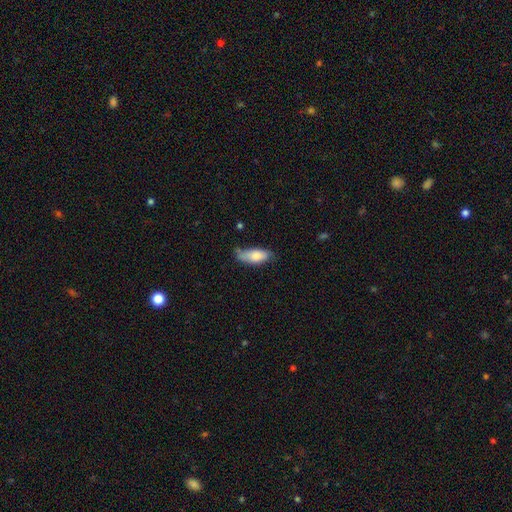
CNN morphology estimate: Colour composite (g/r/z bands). It shows a smooth galaxy with no disk features (78%) that is in between round and cigar-shaped (78%). Merging: none (54%).